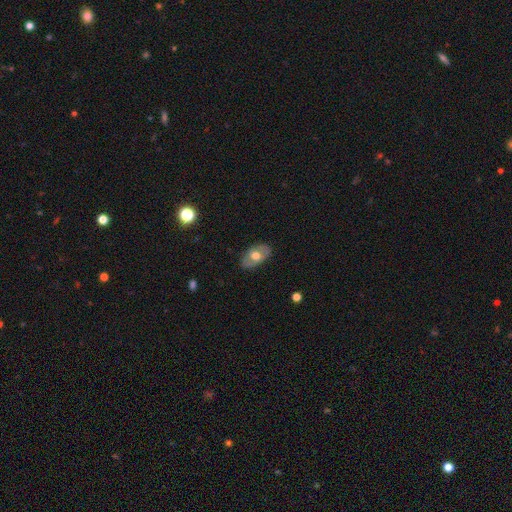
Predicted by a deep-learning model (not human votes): Morphology: type=smooth (50%); roundness=in between (89%); merging=none (82%).